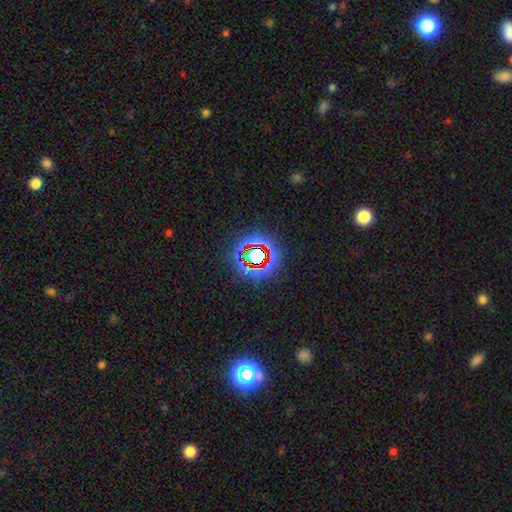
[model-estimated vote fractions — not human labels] This is likely a star or artifact rather than a galaxy (69%).